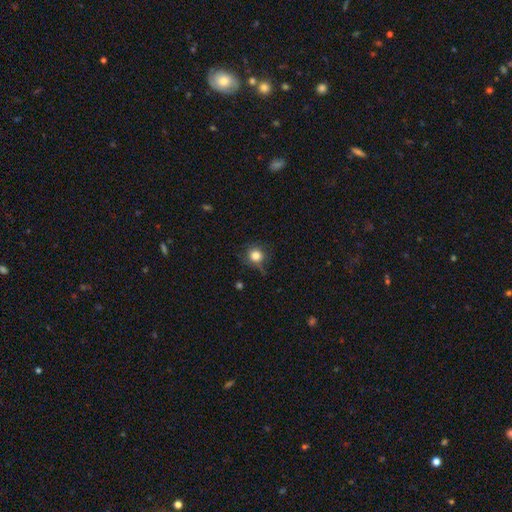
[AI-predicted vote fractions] smooth_or_featured: smooth (p=0.82) [alt: star or artifact p=0.11]
how_rounded: round (p=0.89) [alt: in between p=0.10]
merging: none (p=0.73) [alt: minor disturbance p=0.20]